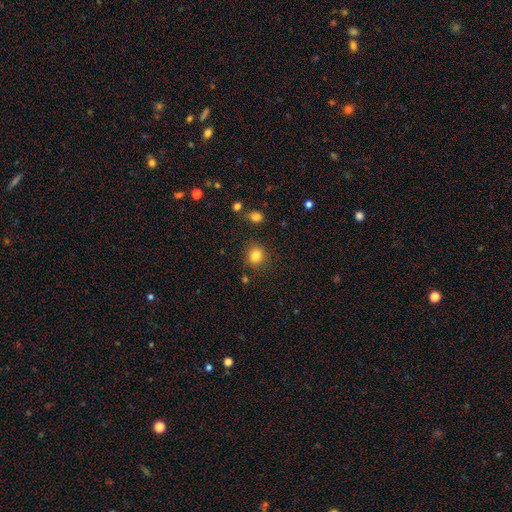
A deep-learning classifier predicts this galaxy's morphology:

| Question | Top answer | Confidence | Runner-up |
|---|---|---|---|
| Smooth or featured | smooth | 84% | star or artifact (11%) |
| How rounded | round | 77% | in between (22%) |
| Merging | none | 85% | minor disturbance (9%) |